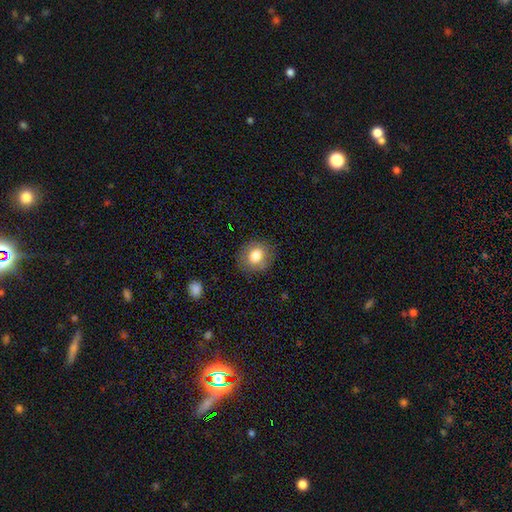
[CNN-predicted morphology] This is likely a smooth galaxy (80%). How rounded: likely round (65%). Merging: clearly none (84%).